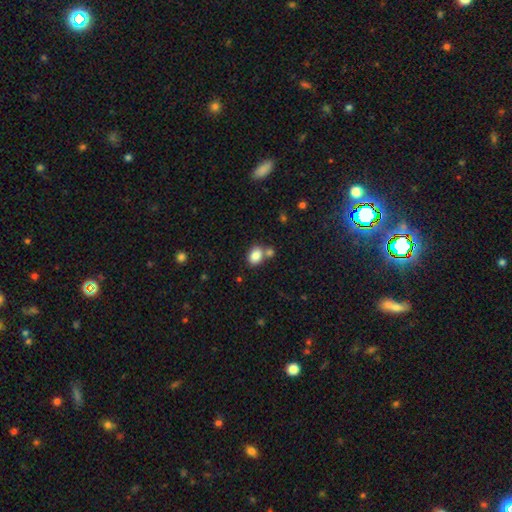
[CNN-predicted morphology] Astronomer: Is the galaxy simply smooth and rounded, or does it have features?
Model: smooth — 85%.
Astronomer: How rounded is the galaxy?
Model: in between — 69%.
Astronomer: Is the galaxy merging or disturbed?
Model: none — 59%.